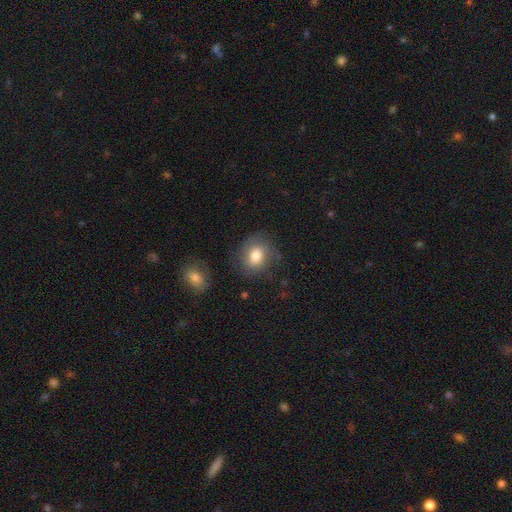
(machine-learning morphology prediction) Overall: smooth (63%; featured or disk 28%). How rounded: round (66%; in between 33%). Merging: none (67%).